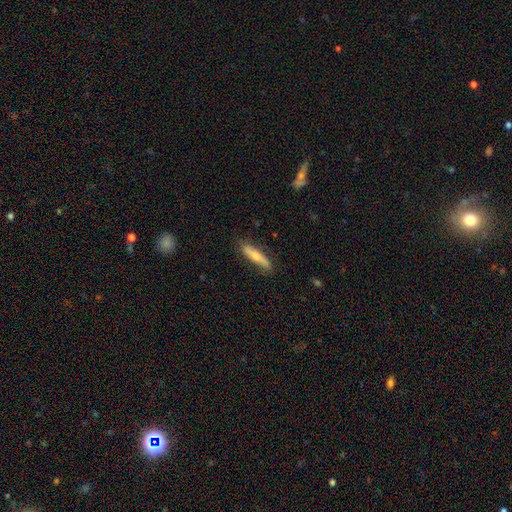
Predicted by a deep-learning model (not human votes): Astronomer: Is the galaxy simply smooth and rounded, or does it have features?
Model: smooth — 61%.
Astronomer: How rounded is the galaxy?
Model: cigar-shaped — 79%.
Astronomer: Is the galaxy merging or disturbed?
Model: none — 81%.